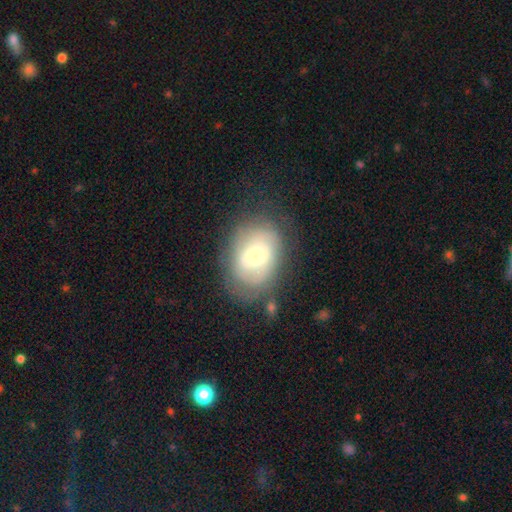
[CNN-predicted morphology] A featured or disk galaxy (52%).

Vote fractions:
- Smooth or featured? featured or disk: 52% / smooth: 39% / star or artifact: 9%
- Edge-on disk? no: 94% / yes: 6%
- Merging? none: 66% / minor disturbance: 21% / major disturbance: 10% / merger: 3%